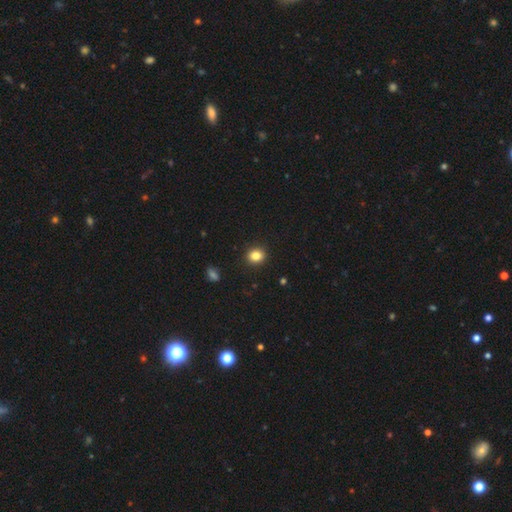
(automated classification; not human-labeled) smooth-or-featured: smooth: 84% | star or artifact: 11% | featured or disk: 5%
  how-rounded: round: 69% | in between: 30% | cigar-shaped: 1%
  merging: none: 91% | minor disturbance: 6% | major disturbance: 2% | merger: 1%